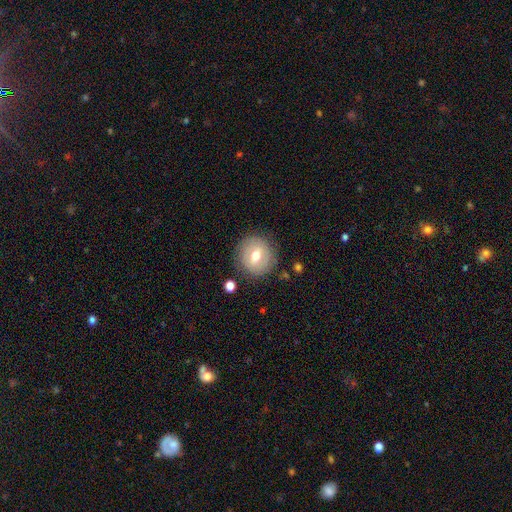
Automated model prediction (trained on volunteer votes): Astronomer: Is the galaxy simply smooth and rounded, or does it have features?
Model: smooth — 60%.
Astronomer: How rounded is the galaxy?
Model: round — 88%.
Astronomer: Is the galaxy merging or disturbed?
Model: none — 83%.